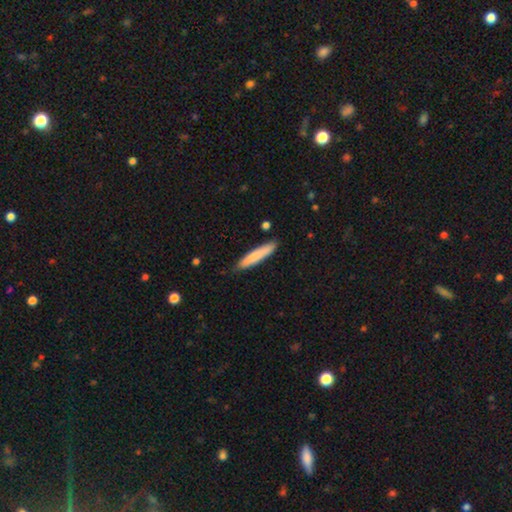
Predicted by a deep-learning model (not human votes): Morphology: type=smooth (78%); roundness=cigar-shaped (90%); merging=none (84%).